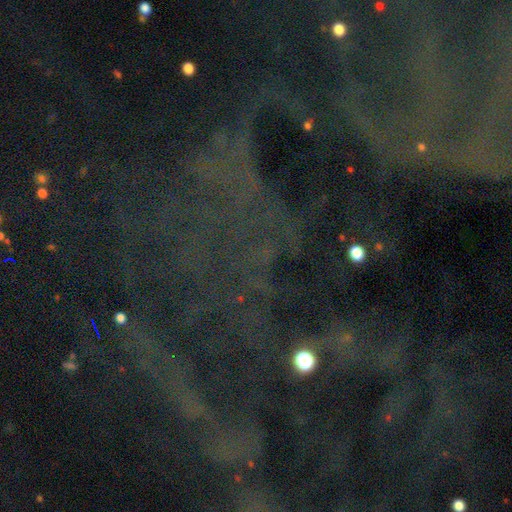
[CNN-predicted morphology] Smooth or featured? star or artifact (79%)